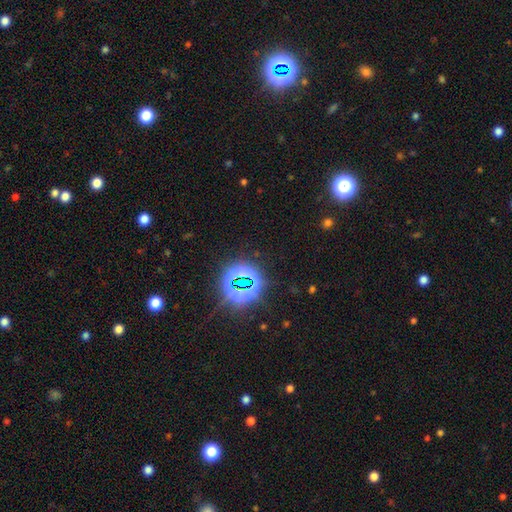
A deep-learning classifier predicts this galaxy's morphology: star or artifact 82%, smooth 11%, featured or disk 7%.